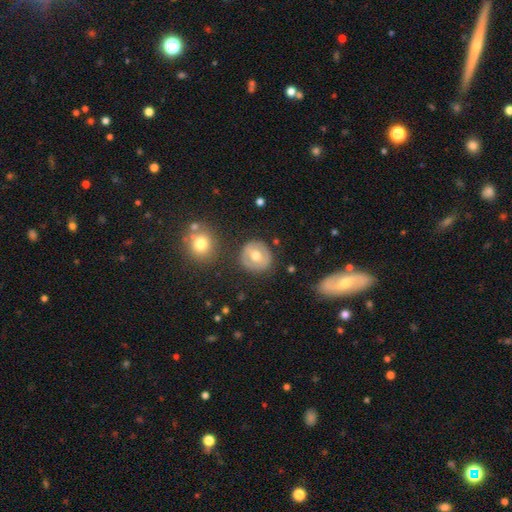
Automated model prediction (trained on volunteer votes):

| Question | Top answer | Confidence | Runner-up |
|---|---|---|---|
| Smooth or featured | smooth | 54% | featured or disk (39%) |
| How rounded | round | 90% | in between (9%) |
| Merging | none | 83% | minor disturbance (10%) |